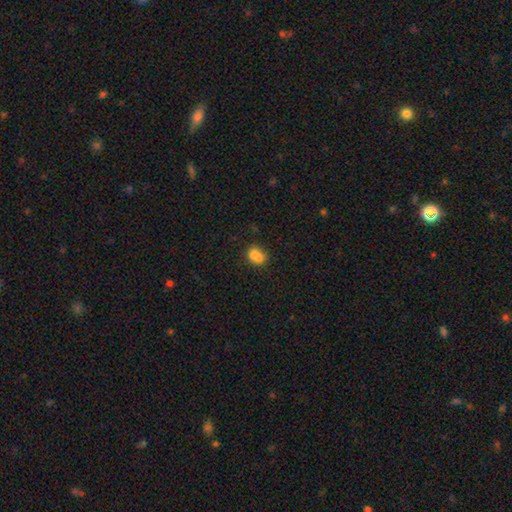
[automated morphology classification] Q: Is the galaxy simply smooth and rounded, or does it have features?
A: smooth — 75%.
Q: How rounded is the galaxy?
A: round — 54%.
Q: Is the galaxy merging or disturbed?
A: merger — 50%.